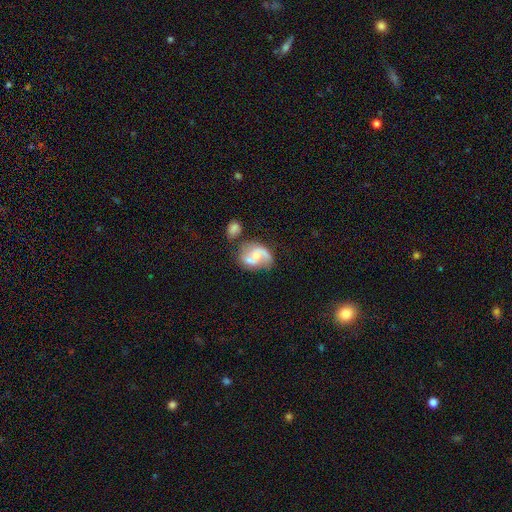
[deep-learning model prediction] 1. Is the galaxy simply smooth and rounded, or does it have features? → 72% featured or disk, 21% smooth, 7% star or artifact.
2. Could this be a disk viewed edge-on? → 98% no, 2% yes.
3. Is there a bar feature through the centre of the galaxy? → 56% no, 35% weak, 9% strong.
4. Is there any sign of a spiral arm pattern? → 87% yes, 13% no.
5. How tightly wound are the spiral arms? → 46% loose, 42% medium, 13% tight.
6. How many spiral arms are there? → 81% 2, 9% 1, 7% can't tell, 1% 3, 1% 4, 1% more than 4.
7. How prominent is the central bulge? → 48% small, 40% moderate, 7% none, 3% large, 1% dominant.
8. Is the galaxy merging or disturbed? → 41% none, 29% merger, 19% minor disturbance, 11% major disturbance.